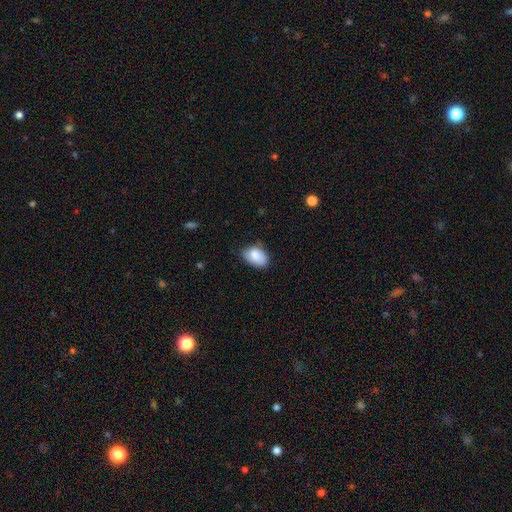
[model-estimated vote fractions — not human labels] Smooth or featured? smooth (85%)
How rounded? in between (87%)
Merging? none (63%)